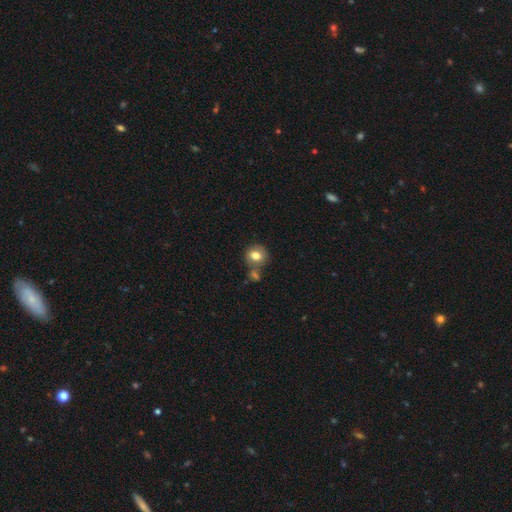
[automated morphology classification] The model was most divided on "merging": none: 59%, merger: 23%, minor disturbance: 14%, major disturbance: 4%. More confident: smooth or featured — smooth (79%); how rounded — round (78%).